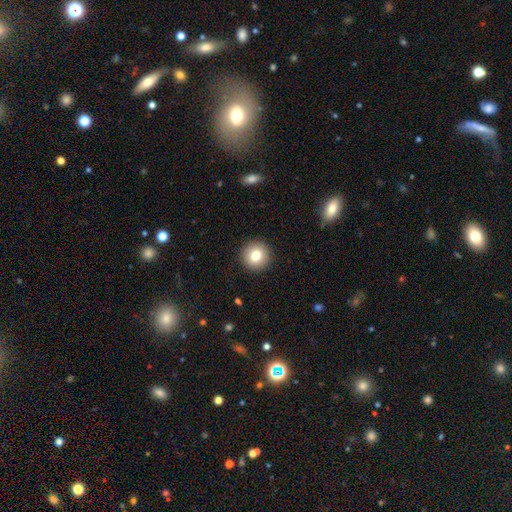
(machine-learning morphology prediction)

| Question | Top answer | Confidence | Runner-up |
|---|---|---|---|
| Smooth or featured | smooth | 79% | featured or disk (11%) |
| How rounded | round | 94% | in between (5%) |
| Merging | none | 92% | minor disturbance (5%) |